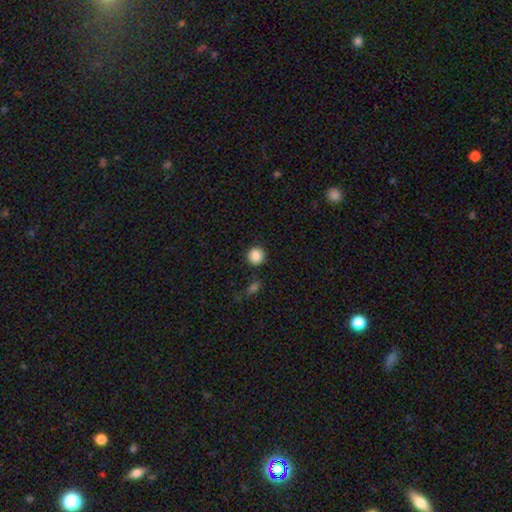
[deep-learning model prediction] A smooth galaxy with no disk features (87%) that is round (93%). Merging: none (90%).